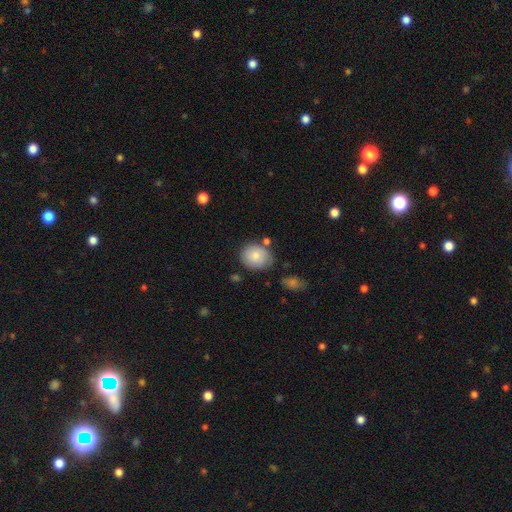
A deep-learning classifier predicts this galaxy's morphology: The model was most divided on "how rounded": round: 60%, in between: 39%, cigar-shaped: 1%. More confident: smooth or featured — smooth (81%); merging — none (72%).